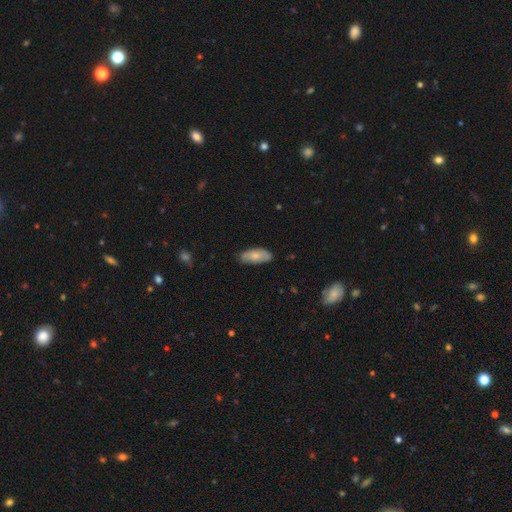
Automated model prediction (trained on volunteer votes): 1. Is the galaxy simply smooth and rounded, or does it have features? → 74% smooth, 20% featured or disk, 6% star or artifact.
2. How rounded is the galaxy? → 87% in between, 11% cigar-shaped, 2% round.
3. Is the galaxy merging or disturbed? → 76% none, 20% minor disturbance, 3% major disturbance, 1% merger.